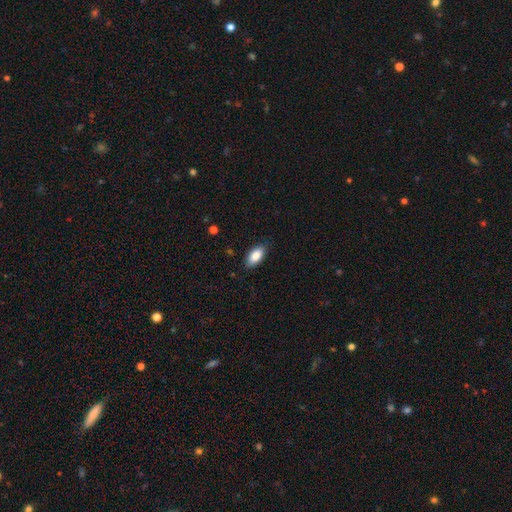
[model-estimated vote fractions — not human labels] Smooth or featured?
  - smooth: 85% *
  - featured or disk: 8%
  - star or artifact: 7%
How rounded?
  - in between: 90% *
  - cigar-shaped: 8%
  - round: 3%
Merging?
  - none: 83% *
  - minor disturbance: 14%
  - major disturbance: 2%
  - merger: 1%